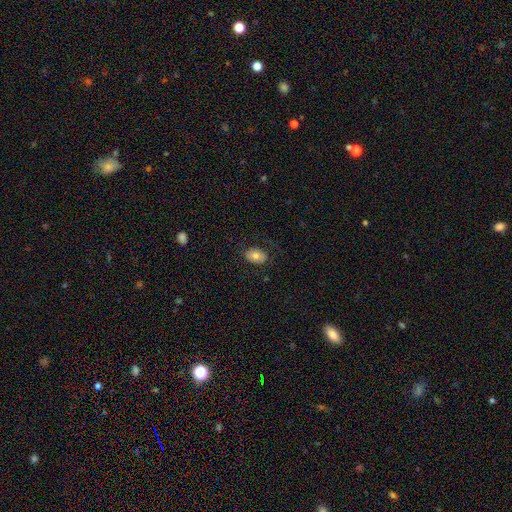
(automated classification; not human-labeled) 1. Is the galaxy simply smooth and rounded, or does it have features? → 73% smooth, 19% featured or disk, 8% star or artifact.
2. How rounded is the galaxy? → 81% in between, 18% round, 1% cigar-shaped.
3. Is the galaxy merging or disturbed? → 78% none, 15% minor disturbance, 6% major disturbance, 1% merger.